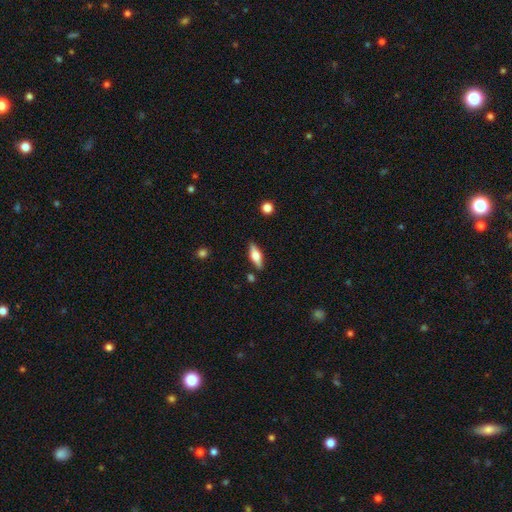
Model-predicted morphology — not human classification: This appears to be a smooth galaxy with no disk features (48%). Merging: none (85%).